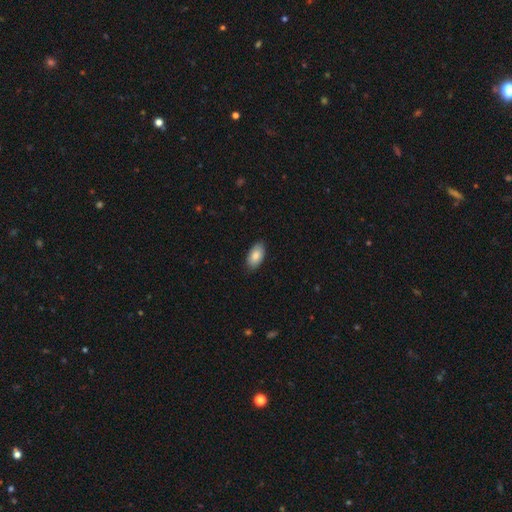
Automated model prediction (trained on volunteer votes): Smooth or featured? Predicted: smooth (p=0.85). How rounded? Predicted: in between (p=0.95). Merging? Predicted: none (p=0.87).